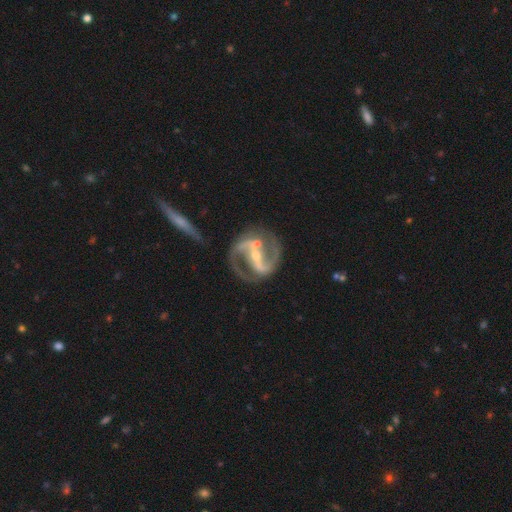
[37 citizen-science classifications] A featured or disk galaxy (92%) with a strong bar (90%), 2 (100%) medium (48%) spiral arms (100%) and a small central bulge (71%).

Vote fractions:
- Smooth or featured? featured or disk: 92% / star or artifact: 5% / smooth: 3%
- Edge-on disk? no: 91% / yes: 9%
- Bar? strong: 90% / no: 6% / weak: 3%
- Spiral arms? yes: 100% / no: 0%
- Spiral winding? medium: 48% / tight: 26% / loose: 26%
- Spiral arm count? 2: 100% / 1: 0% / 3: 0% / 4: 0% / more than 4: 0% / can't tell: 0%
- Bulge size? small: 71% / moderate: 29% / dominant: 0% / large: 0% / none: 0%
- Merging? none: 77% / merger: 11% / major disturbance: 9% / minor disturbance: 3%